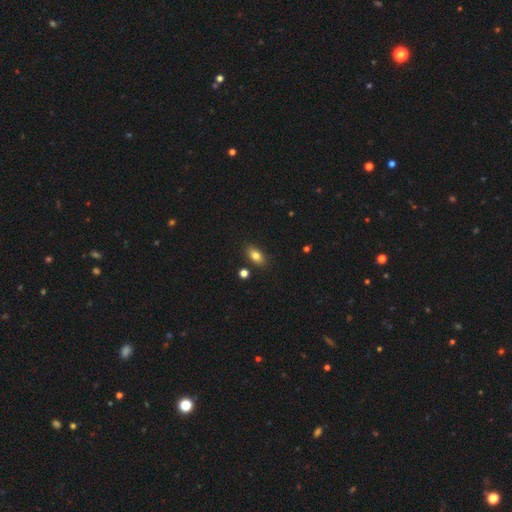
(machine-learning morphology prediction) smooth_or_featured: smooth (p=0.81) [alt: featured or disk p=0.10]
how_rounded: in between (p=0.86) [alt: round p=0.09]
merging: none (p=0.84) [alt: minor disturbance p=0.10]